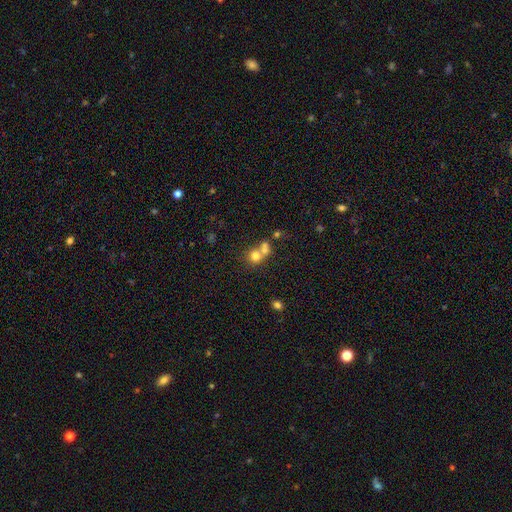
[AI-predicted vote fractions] This is likely a smooth galaxy (72%). How rounded: clearly round (81%). Merging: possibly merger (56%).